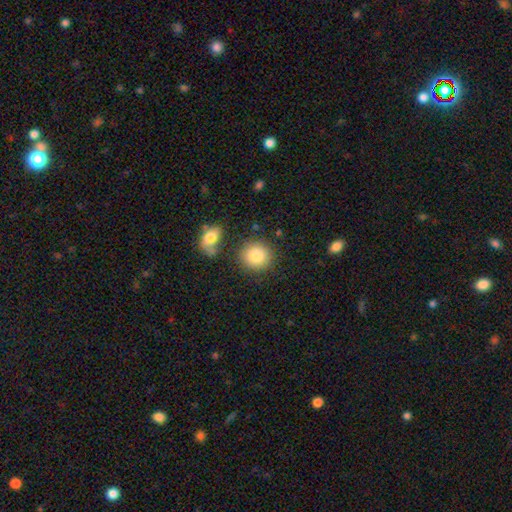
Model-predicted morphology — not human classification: The model was most divided on "merging": none: 81%, minor disturbance: 9%, merger: 7%, major disturbance: 3%. More confident: how rounded — round (86%); smooth or featured — smooth (85%).